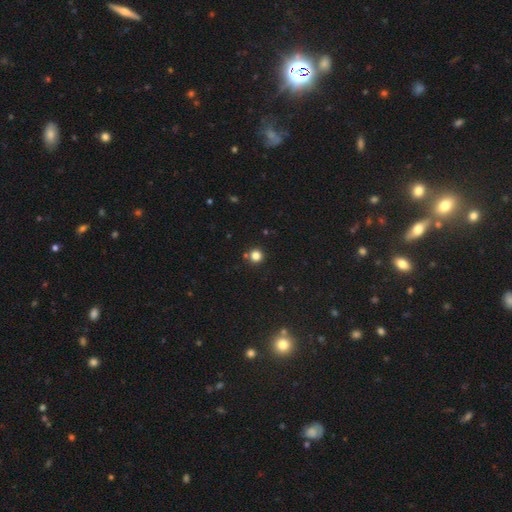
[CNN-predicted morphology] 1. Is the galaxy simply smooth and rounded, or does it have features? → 81% smooth, 14% star or artifact, 4% featured or disk.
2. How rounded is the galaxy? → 94% round, 5% in between, 1% cigar-shaped.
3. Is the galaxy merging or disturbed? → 84% none, 7% merger, 7% minor disturbance, 2% major disturbance.